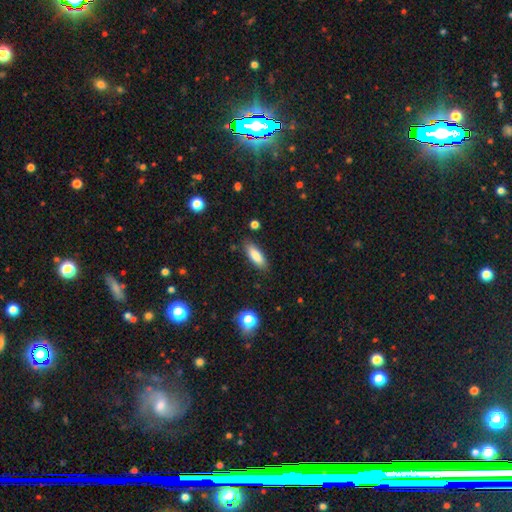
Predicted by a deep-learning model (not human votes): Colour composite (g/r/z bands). It shows a smooth galaxy with no disk features (82%) that is in between round and cigar-shaped (61%). Merging: none (85%).